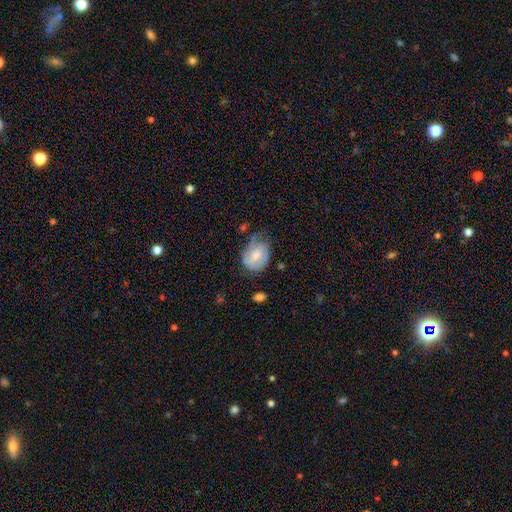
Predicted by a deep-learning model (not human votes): Morphology: type=smooth (53%); roundness=in between (58%); merging=none (40%).